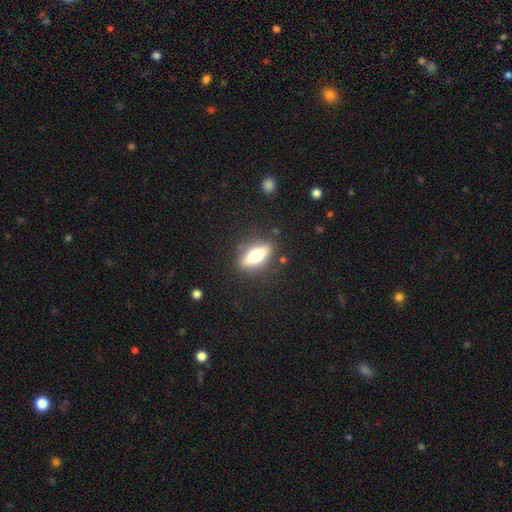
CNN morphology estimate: A smooth galaxy with no disk features (54%) that is in between round and cigar-shaped (62%).

Vote fractions:
- Smooth or featured? smooth: 54% / featured or disk: 38% / star or artifact: 8%
- How rounded? in between: 62% / cigar-shaped: 33% / round: 5%
- Merging? none: 84% / minor disturbance: 10% / major disturbance: 3% / merger: 2%